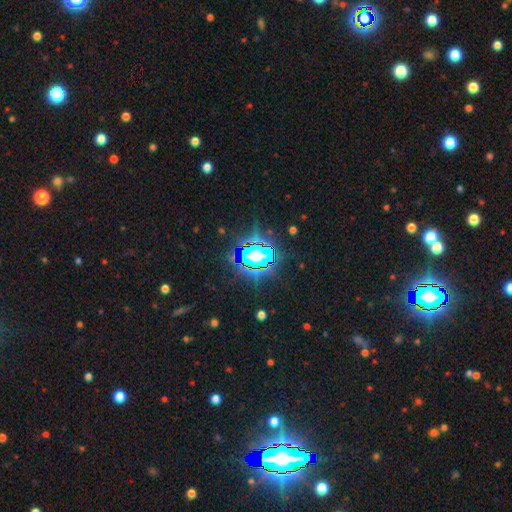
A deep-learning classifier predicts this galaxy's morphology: Q: Smooth or featured?
A: star or artifact (83%); runner-up: smooth (9%)